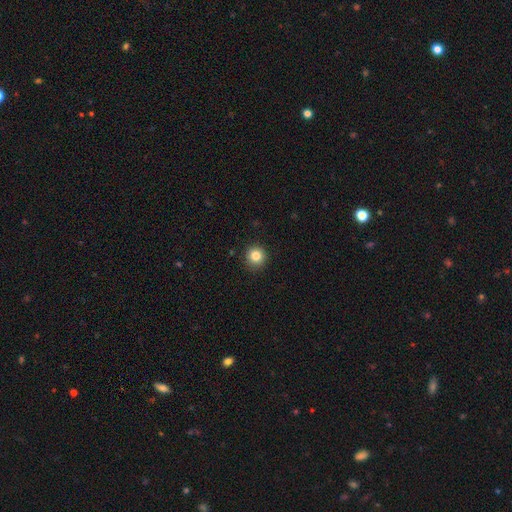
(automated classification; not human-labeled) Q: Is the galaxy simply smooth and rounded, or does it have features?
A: smooth — 83%.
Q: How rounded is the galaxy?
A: round — 93%.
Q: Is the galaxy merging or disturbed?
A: none — 90%.